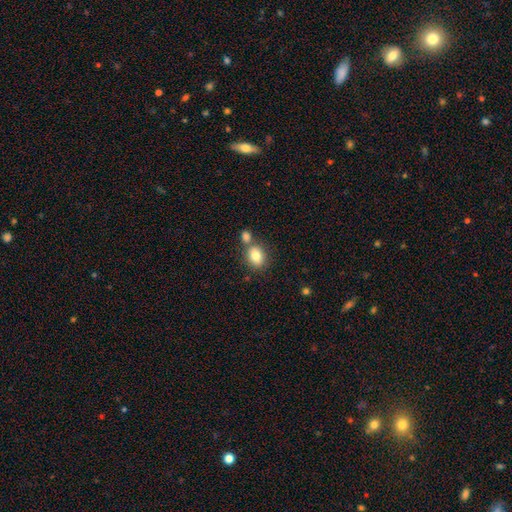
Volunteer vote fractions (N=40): Volunteers were most divided on "how rounded": in between: 63%, round: 37%, cigar-shaped: 0%. More confident: smooth or featured — smooth (75%); merging — none (68%).